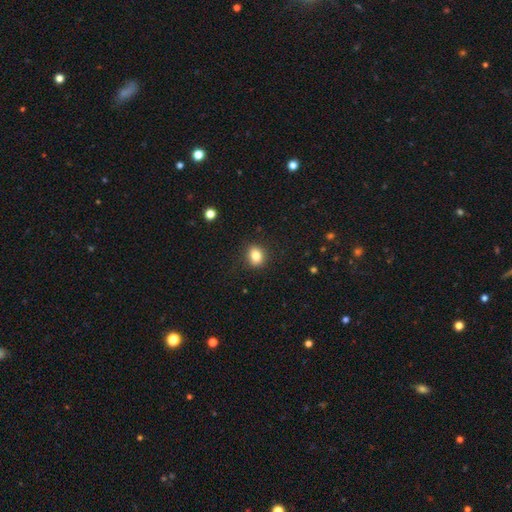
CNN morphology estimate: Overall: smooth (82%). How rounded: round (57%; in between 42%). Merging: none (88%).